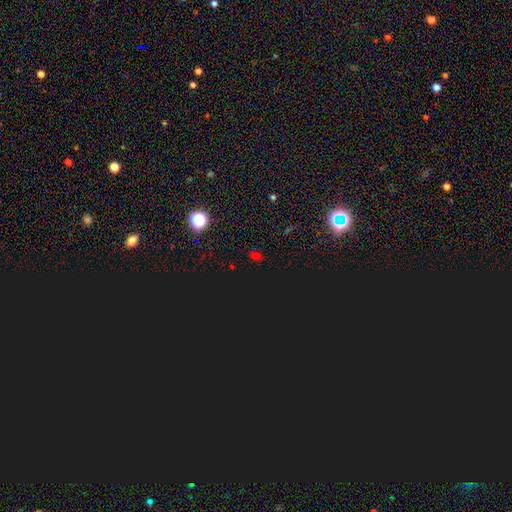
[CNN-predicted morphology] This is possibly a star or artifact rather than a galaxy (60%).